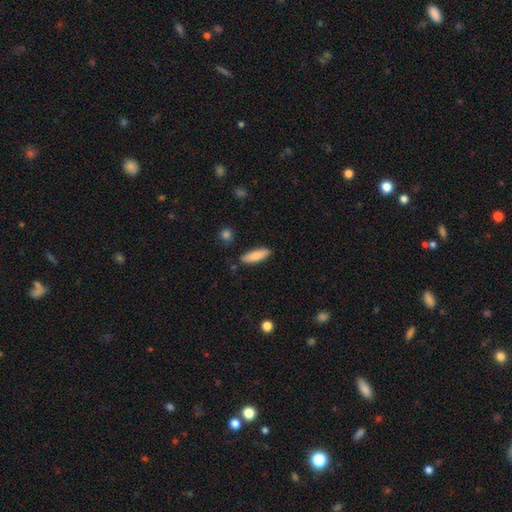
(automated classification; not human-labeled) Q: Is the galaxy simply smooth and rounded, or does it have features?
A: smooth — 83%.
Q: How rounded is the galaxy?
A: cigar-shaped — 53%.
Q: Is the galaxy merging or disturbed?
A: none — 86%.